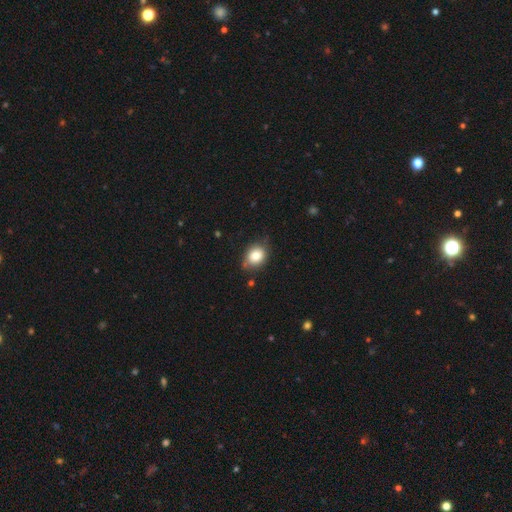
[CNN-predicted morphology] Overall: smooth (80%). How rounded: round (55%; in between 44%). Merging: none (71%).